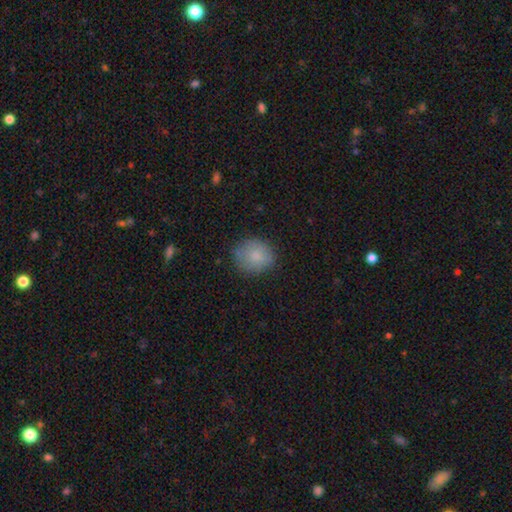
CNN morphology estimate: The model was most divided on "how rounded": round: 74%, in between: 25%, cigar-shaped: 1%. More confident: smooth or featured — smooth (83%); merging — none (77%).